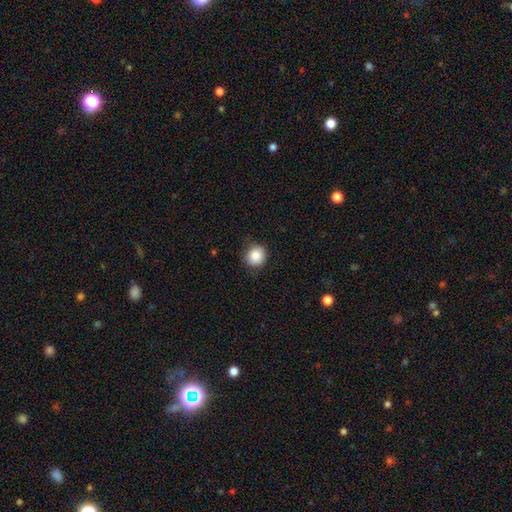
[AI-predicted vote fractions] The model was most divided on "merging": none: 83%, minor disturbance: 13%, major disturbance: 3%, merger: 1%. More confident: how rounded — round (88%); smooth or featured — smooth (87%).